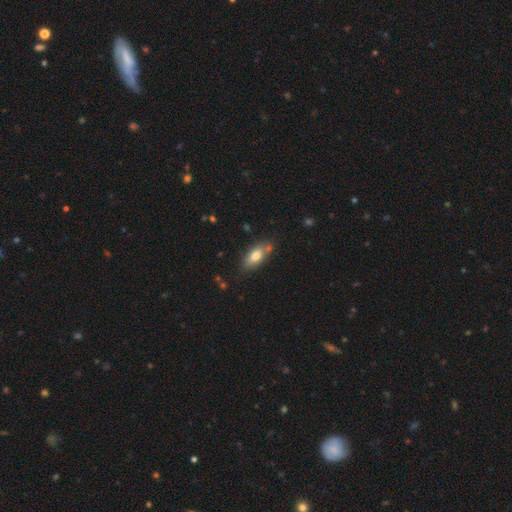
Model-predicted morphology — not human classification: smooth 74%, featured or disk 18%, star or artifact 8%. Down the decision tree: how rounded — in between (83%); merging — none (74%).